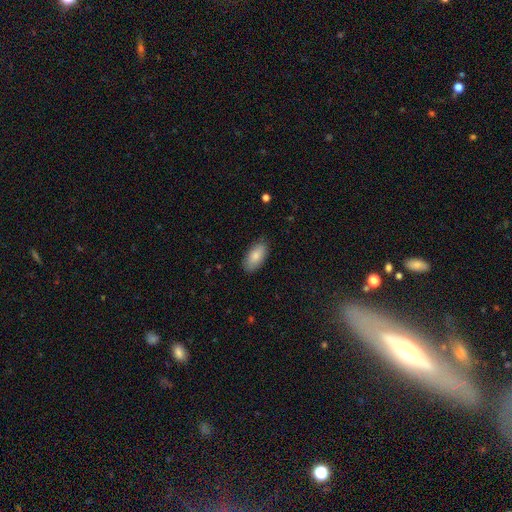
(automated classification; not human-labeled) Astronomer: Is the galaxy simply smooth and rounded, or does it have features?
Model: smooth — 84%.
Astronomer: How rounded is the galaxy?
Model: in between — 93%.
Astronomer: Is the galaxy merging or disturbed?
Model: none — 85%.